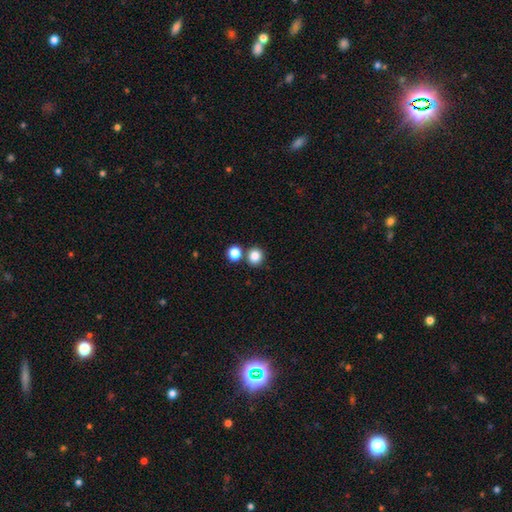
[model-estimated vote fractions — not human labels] Smooth or featured? Predicted: smooth (p=0.85). How rounded? Predicted: round (p=0.88). Merging? Predicted: none (p=0.74).